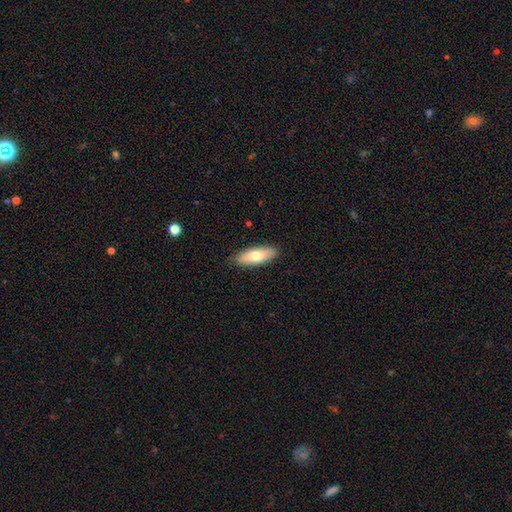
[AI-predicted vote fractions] Smooth or featured? smooth (74%)
How rounded? in between (70%)
Merging? none (88%)